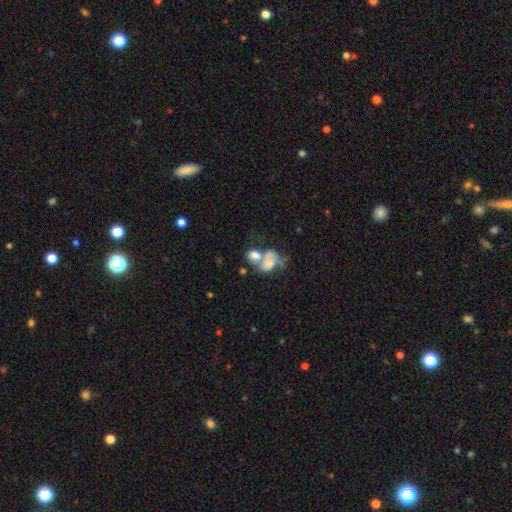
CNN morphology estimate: The model was most divided on "smooth or featured": smooth: 55%, featured or disk: 35%, star or artifact: 10%. More confident: merging — merger (65%); how rounded — in between (62%).